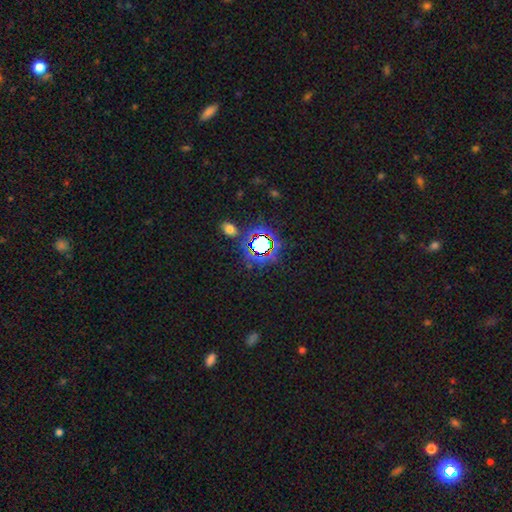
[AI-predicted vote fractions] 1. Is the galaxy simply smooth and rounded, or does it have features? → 77% star or artifact, 14% smooth, 8% featured or disk.